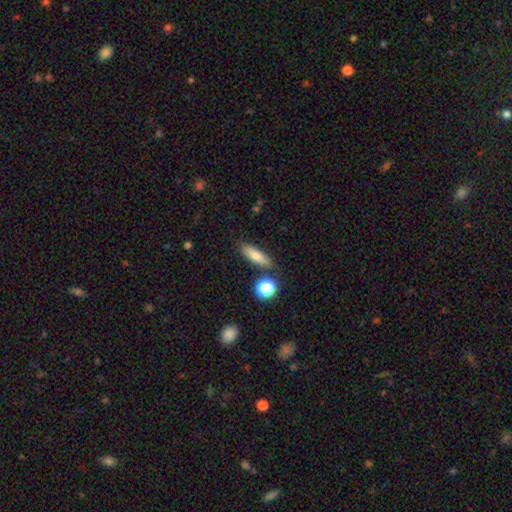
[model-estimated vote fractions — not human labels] Overall: smooth (74%). How rounded: cigar-shaped (51%; in between 44%). Merging: none (82%).